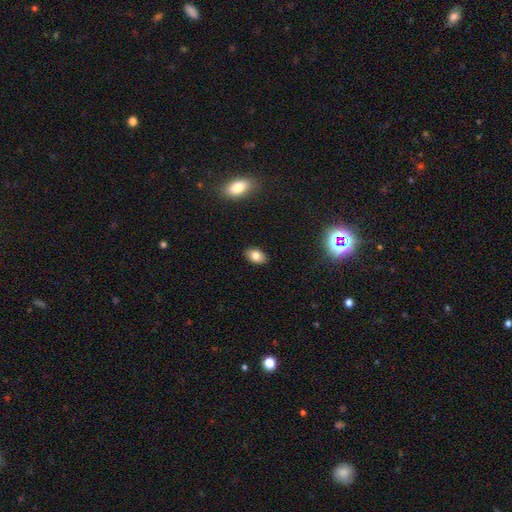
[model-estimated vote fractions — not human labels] smooth 80%, featured or disk 10%, star or artifact 10%. Down the decision tree: how rounded — in between (87%); merging — none (88%).